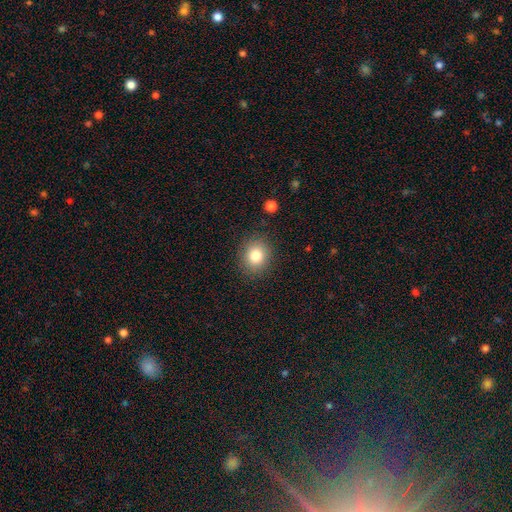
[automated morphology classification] The model was most divided on "how rounded": round: 72%, in between: 27%, cigar-shaped: 1%. More confident: merging — none (88%); smooth or featured — smooth (81%).